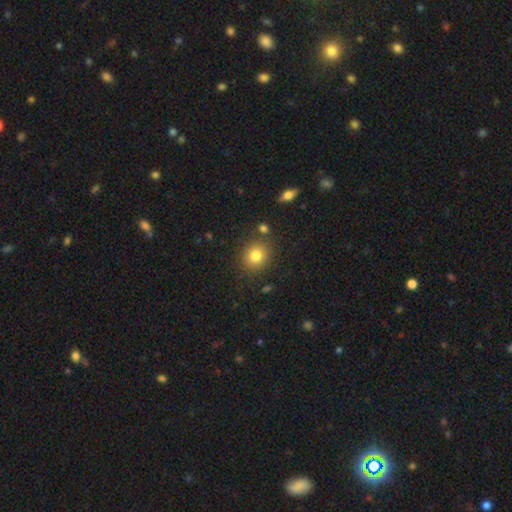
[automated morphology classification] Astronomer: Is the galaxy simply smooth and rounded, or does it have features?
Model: smooth — 81%.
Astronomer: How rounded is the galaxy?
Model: round — 78%.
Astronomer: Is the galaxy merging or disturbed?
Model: none — 83%.